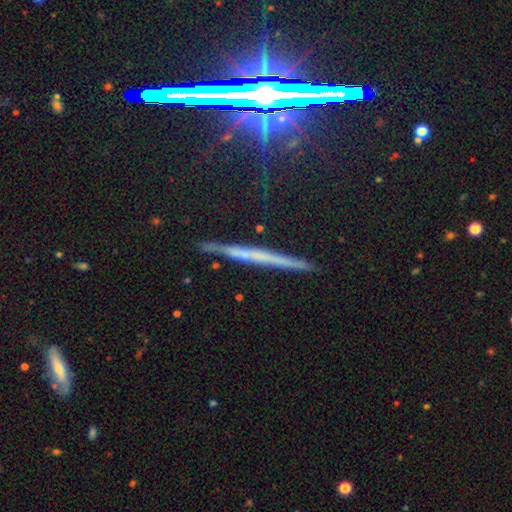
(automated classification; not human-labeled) Smooth or featured? Predicted: featured or disk (p=0.53). Edge-on disk? Predicted: yes (p=0.94). Edge-on bulge? Predicted: none (p=0.79). Merging? Predicted: none (p=0.83).